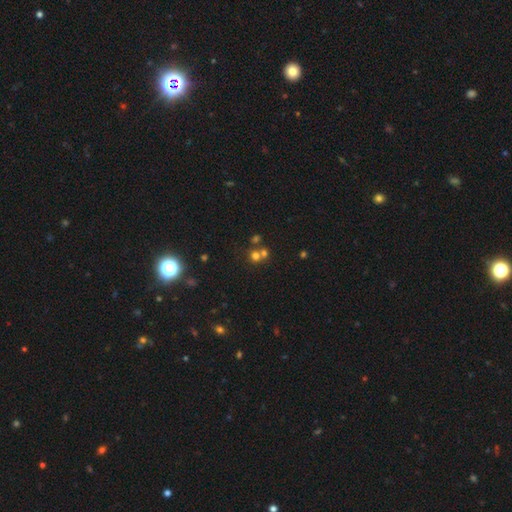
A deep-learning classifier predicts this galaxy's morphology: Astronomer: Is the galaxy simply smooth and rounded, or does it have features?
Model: smooth — 60%.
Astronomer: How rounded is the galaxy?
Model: round — 86%.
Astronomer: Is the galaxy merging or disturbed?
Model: none — 48% (runner-up: merger, 43%).